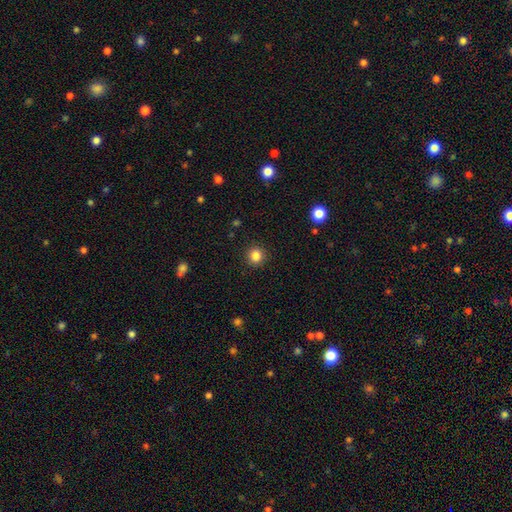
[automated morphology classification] smooth-or-featured: smooth: 85% | star or artifact: 11% | featured or disk: 4%
  how-rounded: round: 92% | in between: 7% | cigar-shaped: 1%
  merging: none: 92% | minor disturbance: 5% | major disturbance: 2% | merger: 1%